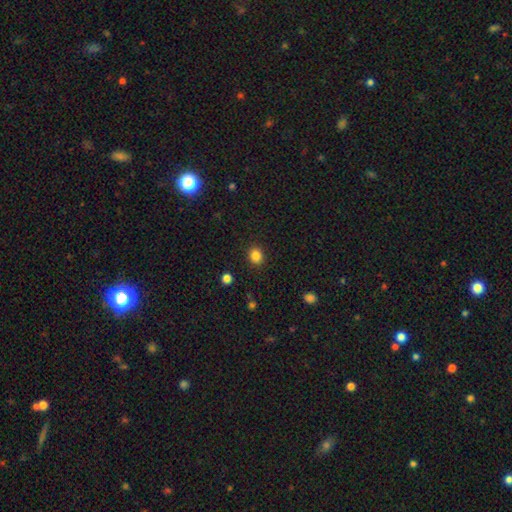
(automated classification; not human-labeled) Overall: smooth (84%). How rounded: round (73%). Merging: none (90%).